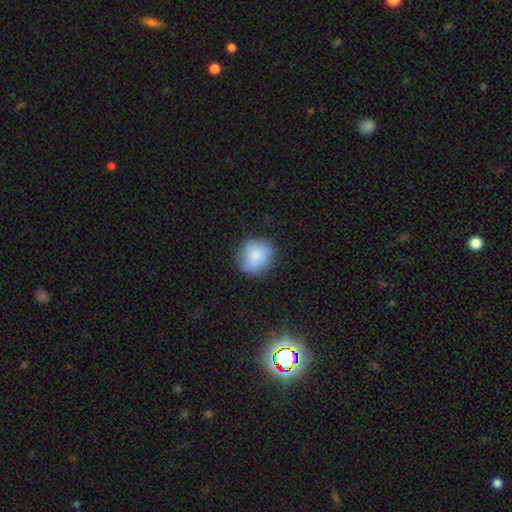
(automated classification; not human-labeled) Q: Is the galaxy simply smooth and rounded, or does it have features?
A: smooth — 75%.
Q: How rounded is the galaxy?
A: round — 80%.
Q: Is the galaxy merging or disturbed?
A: none — 75%.